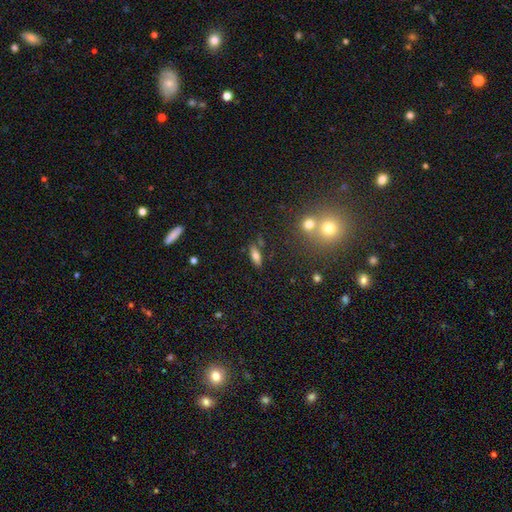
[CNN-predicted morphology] A smooth galaxy with no disk features (72%) that is in between round and cigar-shaped (70%).

Vote fractions:
- Smooth or featured? smooth: 72% / featured or disk: 17% / star or artifact: 11%
- How rounded? in between: 70% / cigar-shaped: 27% / round: 4%
- Merging? none: 79% / minor disturbance: 12% / merger: 5% / major disturbance: 3%